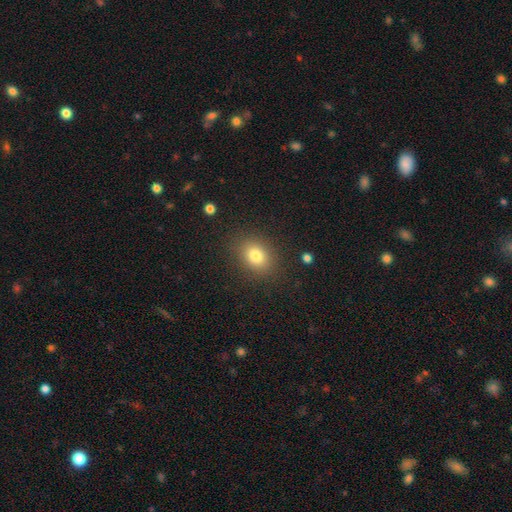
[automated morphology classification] Smooth or featured?
  - smooth: 80% *
  - star or artifact: 11%
  - featured or disk: 8%
How rounded?
  - in between: 56% *
  - round: 43%
  - cigar-shaped: 1%
Merging?
  - none: 85% *
  - minor disturbance: 9%
  - major disturbance: 4%
  - merger: 1%